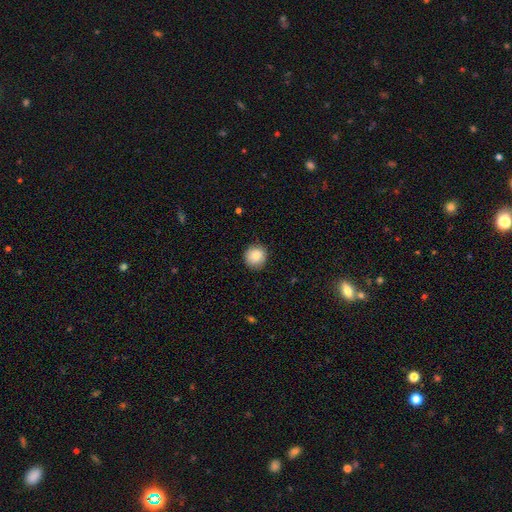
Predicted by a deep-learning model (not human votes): Q: Smooth or featured?
A: smooth (84%); runner-up: star or artifact (9%)
Q: How rounded?
A: round (93%); runner-up: in between (6%)
Q: Merging?
A: none (87%); runner-up: minor disturbance (10%)